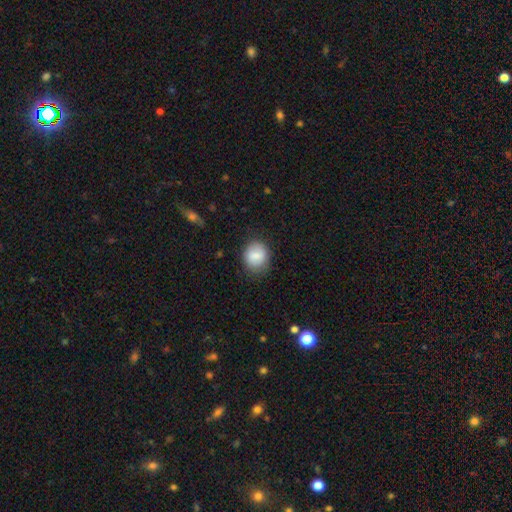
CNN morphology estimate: This appears to be a smooth galaxy with no disk features (84%) that is round (72%). Merging: none (79%).